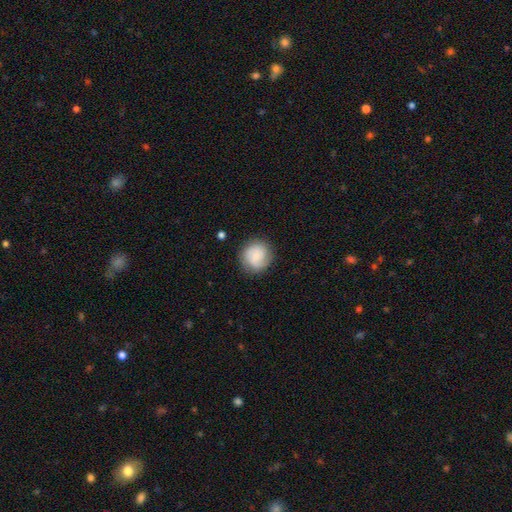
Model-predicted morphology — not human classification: smooth 48%, featured or disk 45%, star or artifact 7%. Down the decision tree: merging — none (82%).